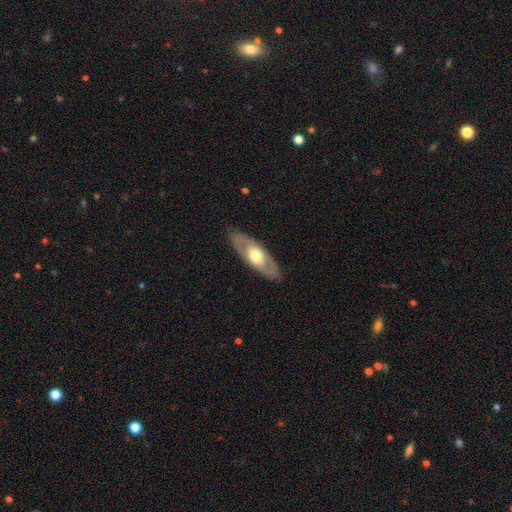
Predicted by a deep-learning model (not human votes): This appears to be a featured or disk galaxy (56%). Merging: none (86%).